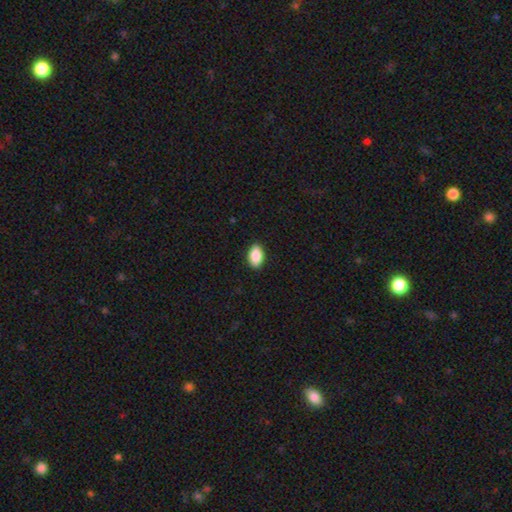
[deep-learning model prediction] This is clearly a smooth galaxy (88%). How rounded: clearly in between (92%). Merging: clearly none (90%).